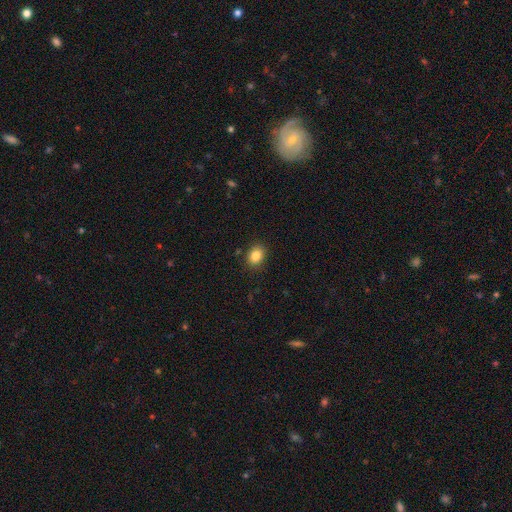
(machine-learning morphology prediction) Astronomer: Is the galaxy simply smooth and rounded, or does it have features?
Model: smooth — 85%.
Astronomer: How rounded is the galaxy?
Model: in between — 60% (runner-up: round, 39%).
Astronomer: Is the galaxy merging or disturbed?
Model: none — 87%.